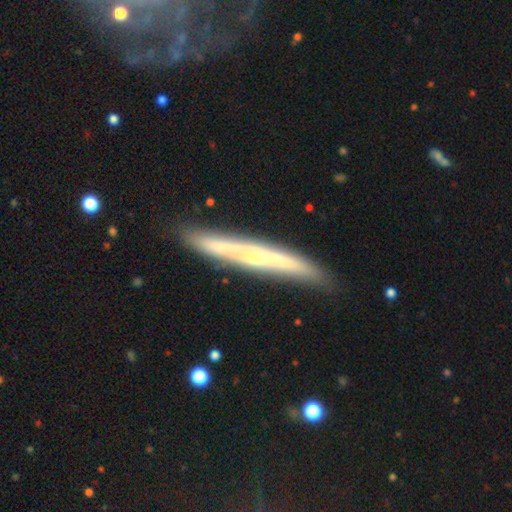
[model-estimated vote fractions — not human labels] smooth-or-featured: featured or disk: 62% | smooth: 32% | star or artifact: 6%
  disk-edge-on: yes: 92% | no: 8%
    edge-on-bulge: none: 49% | rounded: 45% | boxy: 6%
  merging: none: 85% | minor disturbance: 11% | major disturbance: 2% | merger: 2%